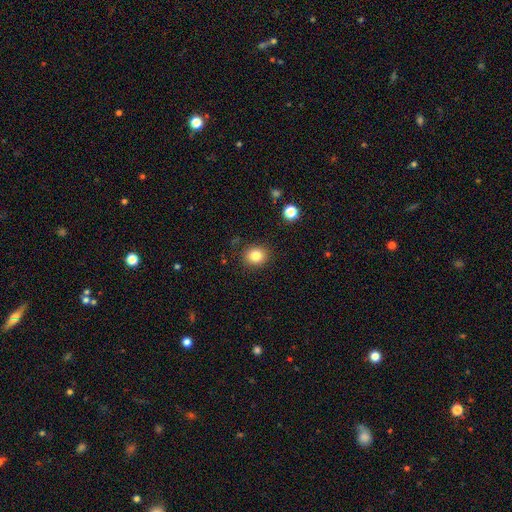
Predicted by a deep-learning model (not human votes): Smooth or featured?
  - smooth: 83% *
  - star or artifact: 11%
  - featured or disk: 7%
How rounded?
  - round: 75% *
  - in between: 24%
  - cigar-shaped: 1%
Merging?
  - none: 87% *
  - minor disturbance: 8%
  - major disturbance: 3%
  - merger: 2%